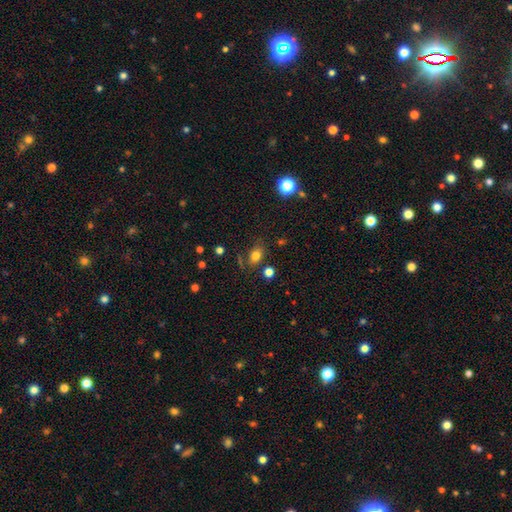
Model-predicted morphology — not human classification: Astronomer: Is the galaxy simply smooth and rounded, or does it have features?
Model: smooth — 78%.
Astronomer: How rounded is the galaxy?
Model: in between — 70%.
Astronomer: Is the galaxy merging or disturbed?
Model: none — 72%.